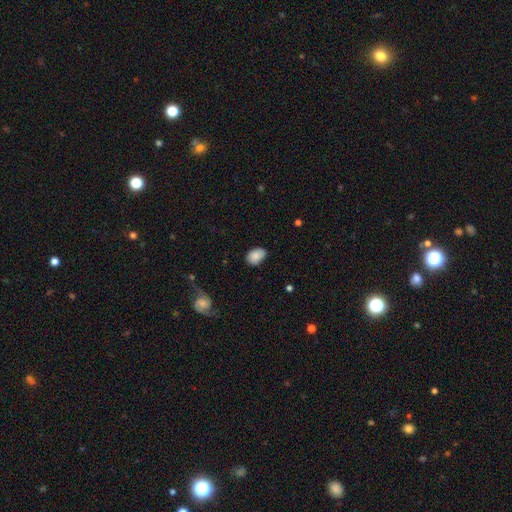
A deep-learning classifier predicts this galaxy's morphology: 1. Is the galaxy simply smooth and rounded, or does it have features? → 84% smooth, 8% featured or disk, 8% star or artifact.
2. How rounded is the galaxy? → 79% in between, 19% round, 1% cigar-shaped.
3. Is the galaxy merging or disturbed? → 72% none, 22% minor disturbance, 4% major disturbance, 2% merger.